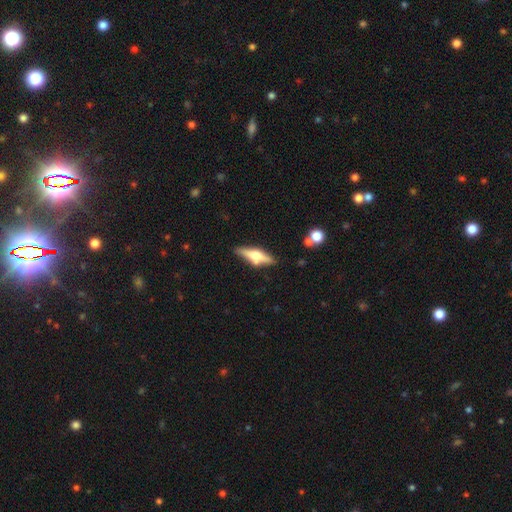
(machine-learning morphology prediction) Smooth or featured?
  - featured or disk: 61% *
  - smooth: 33%
  - star or artifact: 6%
Edge-on disk?
  - yes: 94% *
  - no: 6%
Edge-on bulge?
  - rounded: 91% *
  - boxy: 6%
  - none: 2%
Merging?
  - none: 79% *
  - minor disturbance: 13%
  - merger: 5%
  - major disturbance: 3%